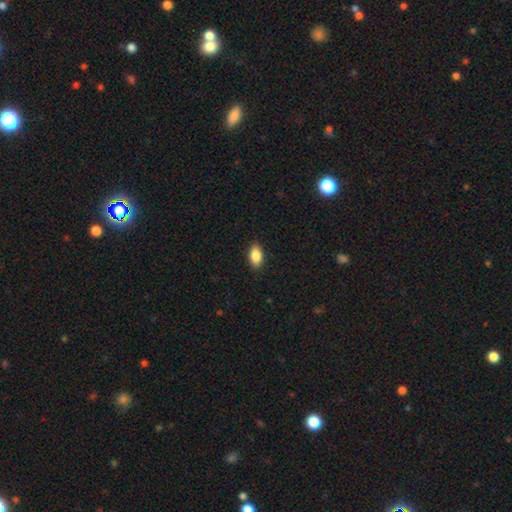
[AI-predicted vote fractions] smooth 87%, star or artifact 7%, featured or disk 6%. Down the decision tree: how rounded — in between (92%); merging — none (88%).